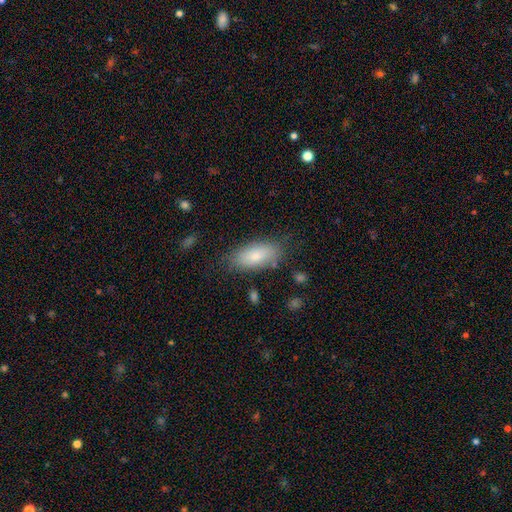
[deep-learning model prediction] smooth_or_featured: smooth (p=0.80) [alt: featured or disk p=0.13]
how_rounded: in between (p=0.89) [alt: cigar-shaped p=0.09]
merging: none (p=0.78) [alt: minor disturbance p=0.16]